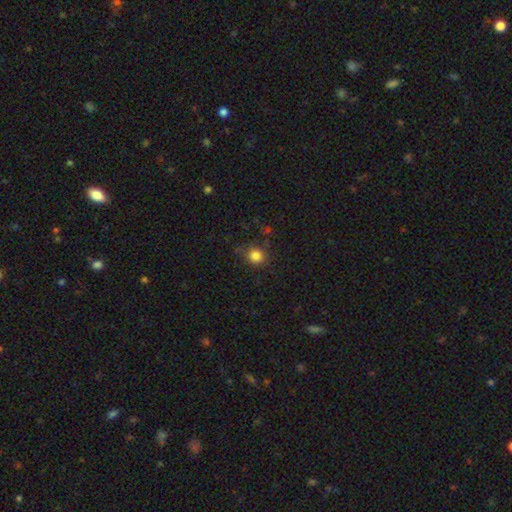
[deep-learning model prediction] Smooth or featured? smooth (83%)
How rounded? round (85%)
Merging? none (78%)